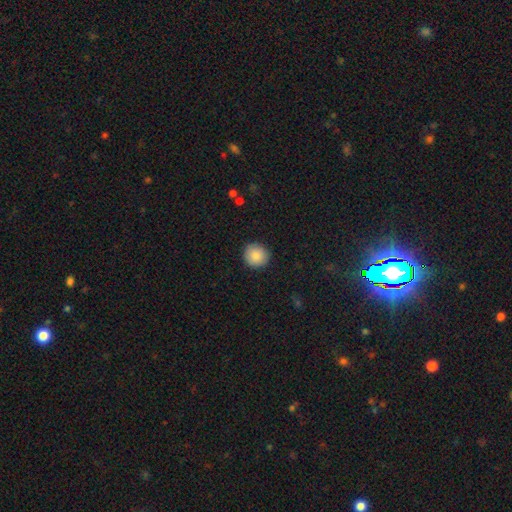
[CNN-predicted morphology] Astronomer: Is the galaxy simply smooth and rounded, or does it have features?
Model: smooth — 88%.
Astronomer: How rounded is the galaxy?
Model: round — 94%.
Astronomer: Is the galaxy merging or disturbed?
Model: none — 91%.